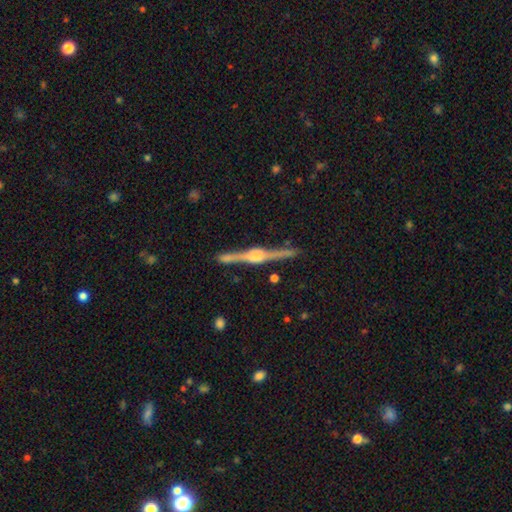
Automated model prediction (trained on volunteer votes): Smooth or featured? Predicted: featured or disk (p=0.88). Edge-on disk? Predicted: yes (p=0.98). Edge-on bulge? Predicted: rounded (p=0.89). Merging? Predicted: none (p=0.90).